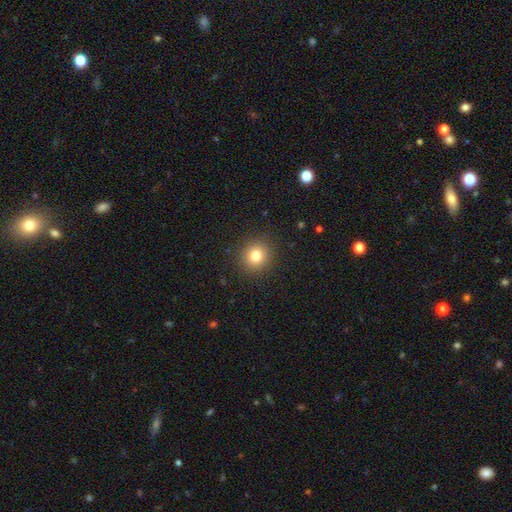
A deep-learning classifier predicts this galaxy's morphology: A smooth galaxy with no disk features (80%) that is round (88%).

Vote fractions:
- Smooth or featured? smooth: 80% / star or artifact: 12% / featured or disk: 7%
- How rounded? round: 88% / in between: 11% / cigar-shaped: 1%
- Merging? none: 90% / minor disturbance: 7% / major disturbance: 3% / merger: 1%